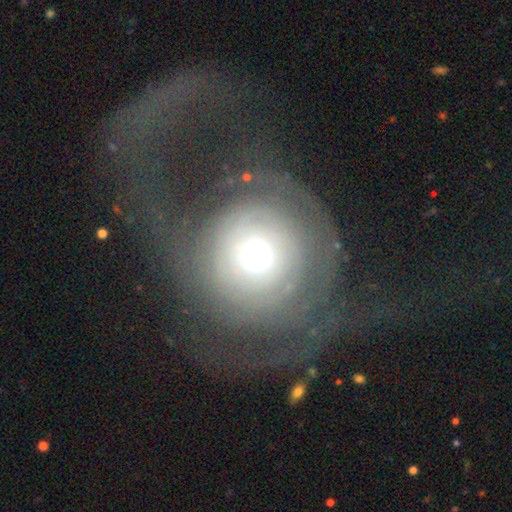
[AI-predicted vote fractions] Morphology: type=featured or disk (63%); edge-on=no (97%); bar=no (87%); spiral arms=yes (66%); bulge=moderate (57%); merging=none (50%).